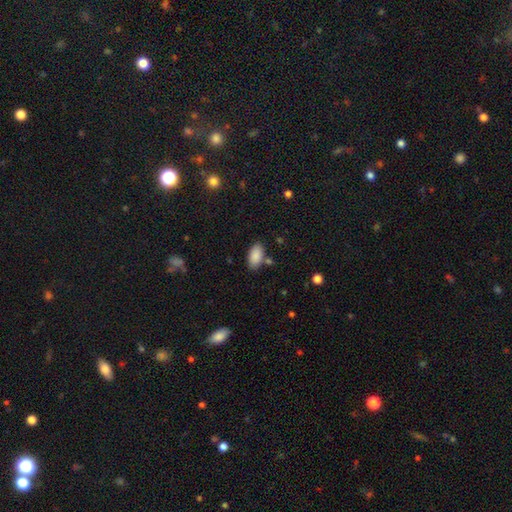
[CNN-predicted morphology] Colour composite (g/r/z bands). It shows a smooth galaxy with no disk features (88%) that is in between round and cigar-shaped (94%). Merging: none (78%).